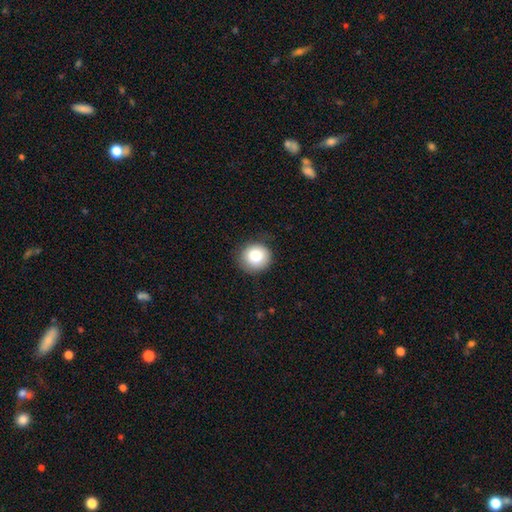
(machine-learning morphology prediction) This is clearly a smooth galaxy (84%). How rounded: clearly round (89%). Merging: clearly none (83%).